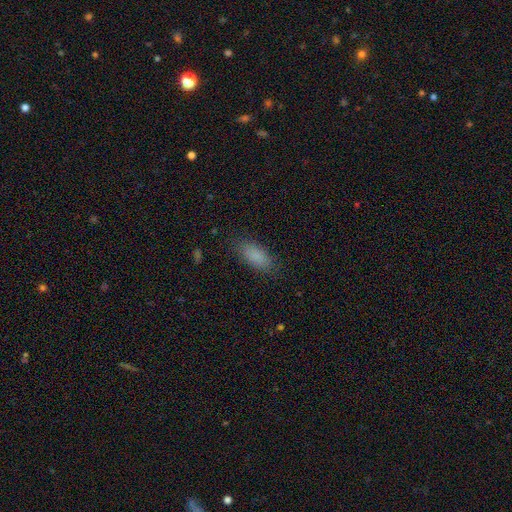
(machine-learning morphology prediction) A smooth galaxy with no disk features (86%) that is in between round and cigar-shaped (82%).

Vote fractions:
- Smooth or featured? smooth: 86% / star or artifact: 9% / featured or disk: 5%
- How rounded? in between: 82% / cigar-shaped: 15% / round: 3%
- Merging? none: 83% / minor disturbance: 12% / major disturbance: 4% / merger: 1%